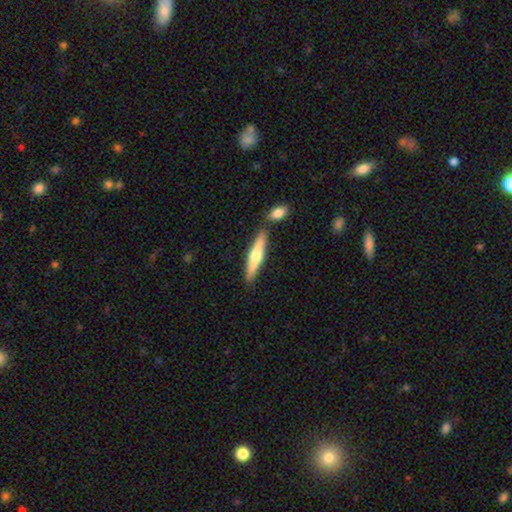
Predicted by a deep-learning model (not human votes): Smooth or featured: featured or disk — 51% (smooth — 44%)
Edge-on disk: yes — 95% (no — 5%)
Merging: none — 81% (merger — 9%)